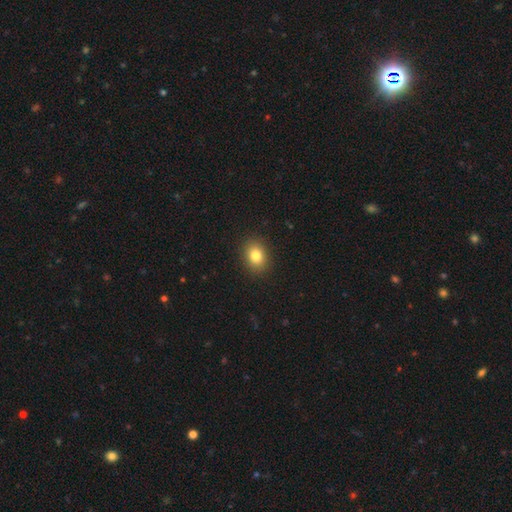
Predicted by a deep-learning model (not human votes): Smooth or featured? smooth (82%)
How rounded? in between (56%)
Merging? none (90%)